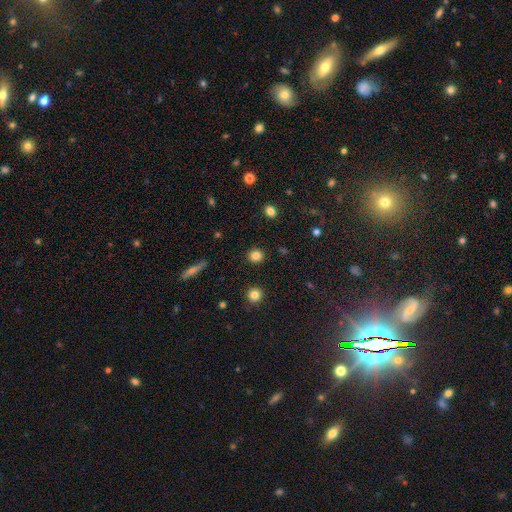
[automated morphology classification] This appears to be a smooth galaxy with no disk features (83%) that is round (88%). Merging: none (92%).